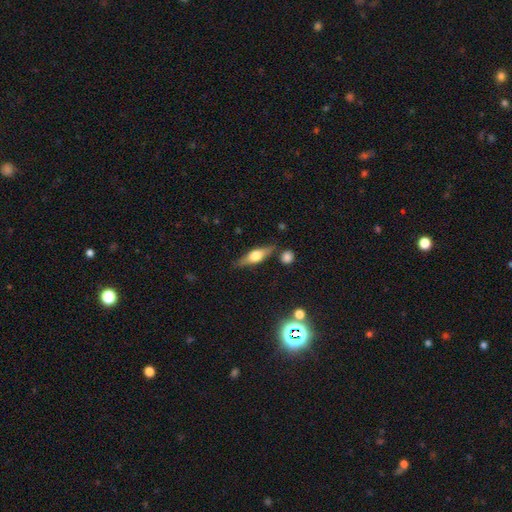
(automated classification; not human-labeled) A featured or disk galaxy (55%) viewed edge-on (92%) with a rounded central bulge (91%). Merging: none (79%).